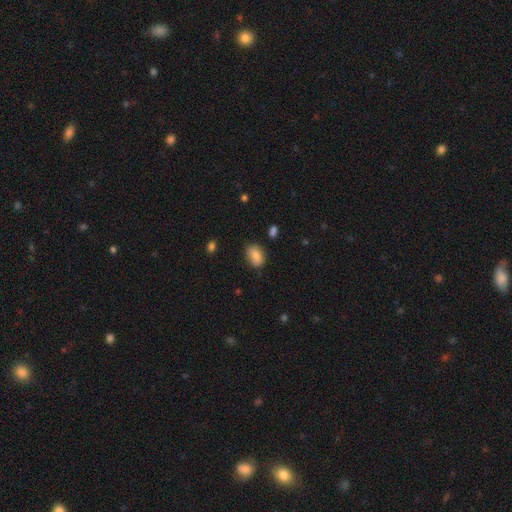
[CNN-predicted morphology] Smooth or featured? smooth (85%)
How rounded? in between (83%)
Merging? none (79%)